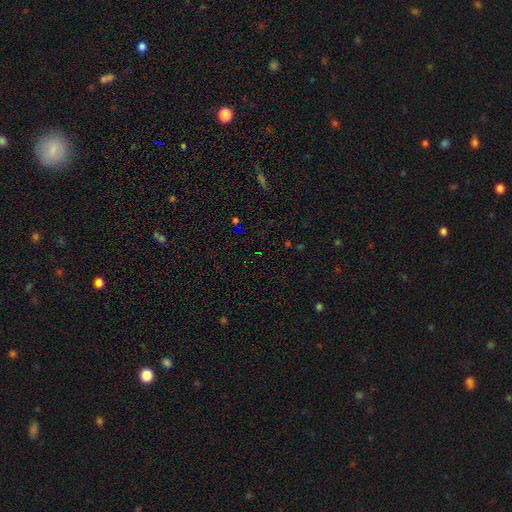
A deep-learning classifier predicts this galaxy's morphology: This appears to be a star or artifact, not a galaxy (69%).